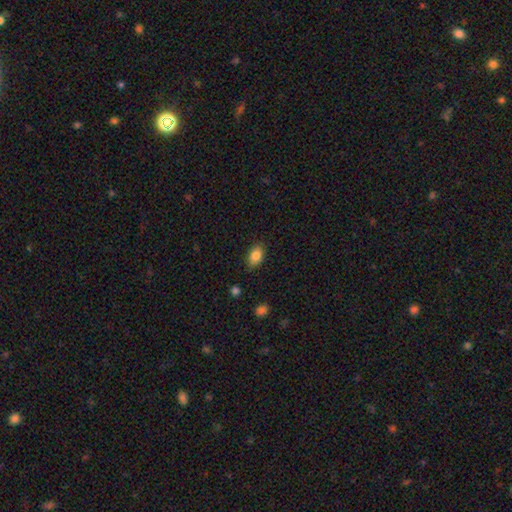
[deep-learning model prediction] smooth-or-featured: smooth: 85% | star or artifact: 8% | featured or disk: 6%
  how-rounded: in between: 86% | round: 12% | cigar-shaped: 2%
  merging: none: 84% | minor disturbance: 12% | major disturbance: 3% | merger: 1%